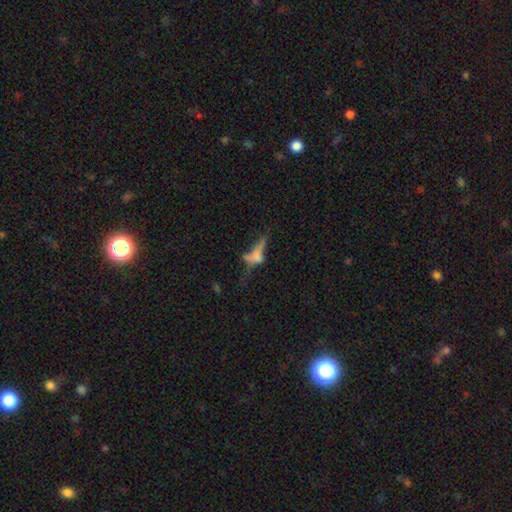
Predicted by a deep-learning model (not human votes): Morphology: type=smooth (42%); merging=major disturbance (31%).